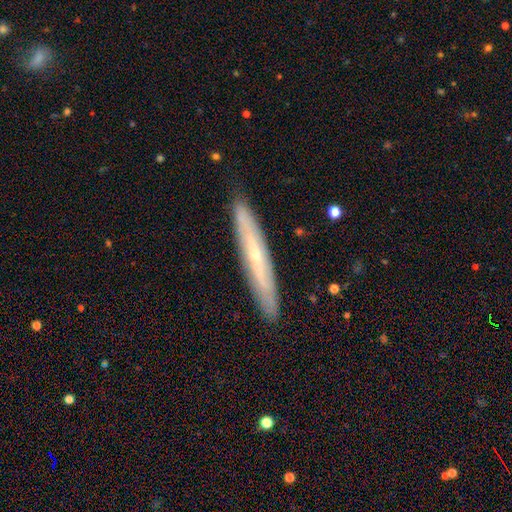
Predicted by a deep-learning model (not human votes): Smooth or featured? Predicted: featured or disk (p=0.65). Edge-on disk? Predicted: yes (p=0.78). Edge-on bulge? Predicted: rounded (p=0.60). Merging? Predicted: none (p=0.88).